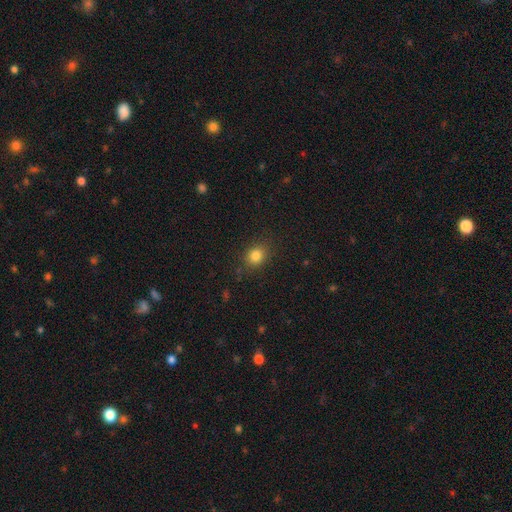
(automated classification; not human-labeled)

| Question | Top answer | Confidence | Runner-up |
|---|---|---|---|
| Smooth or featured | smooth | 82% | star or artifact (12%) |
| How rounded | round | 66% | in between (33%) |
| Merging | none | 84% | minor disturbance (11%) |